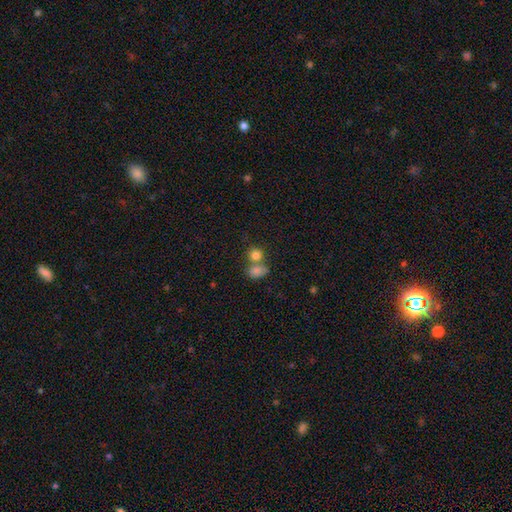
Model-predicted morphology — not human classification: Overall: smooth (81%). How rounded: round (70%). Merging: merger (47%; none 42%).